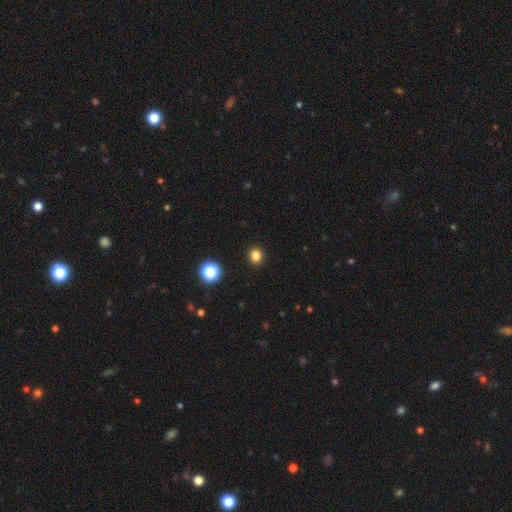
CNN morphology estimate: This appears to be a smooth galaxy with no disk features (82%) that is round (76%). Merging: none (92%).